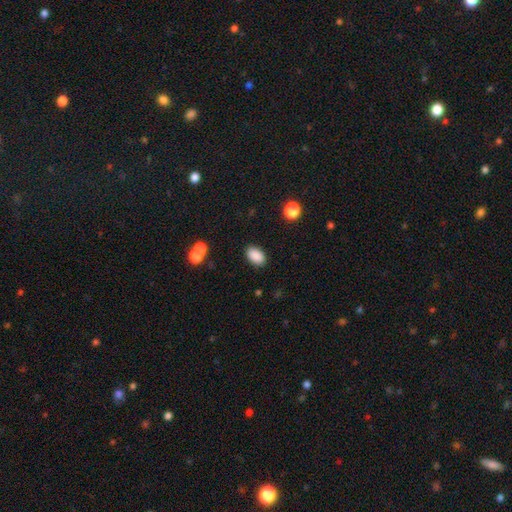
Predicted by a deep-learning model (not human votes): smooth 89%, star or artifact 8%, featured or disk 3%. Down the decision tree: how rounded — in between (91%); merging — none (87%).